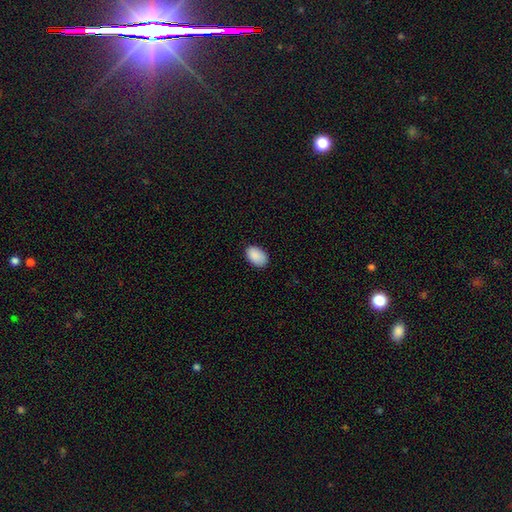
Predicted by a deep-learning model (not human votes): A smooth galaxy with no disk features (90%) that is in between round and cigar-shaped (92%). Merging: none (84%).